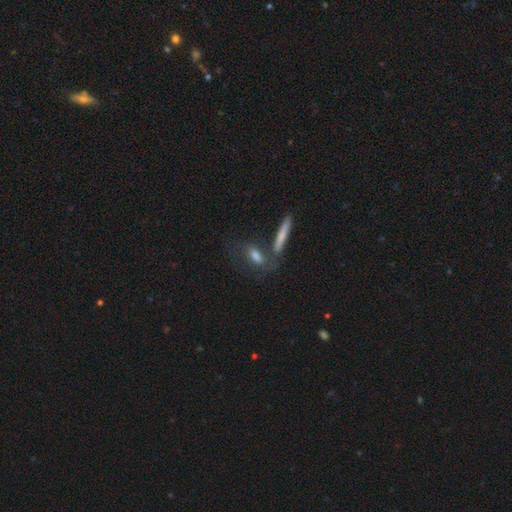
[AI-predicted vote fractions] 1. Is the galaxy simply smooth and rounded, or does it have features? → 60% smooth, 30% featured or disk, 10% star or artifact.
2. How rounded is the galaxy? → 47% in between, 46% cigar-shaped, 7% round.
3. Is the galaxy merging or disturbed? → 55% none, 23% merger, 14% minor disturbance, 8% major disturbance.